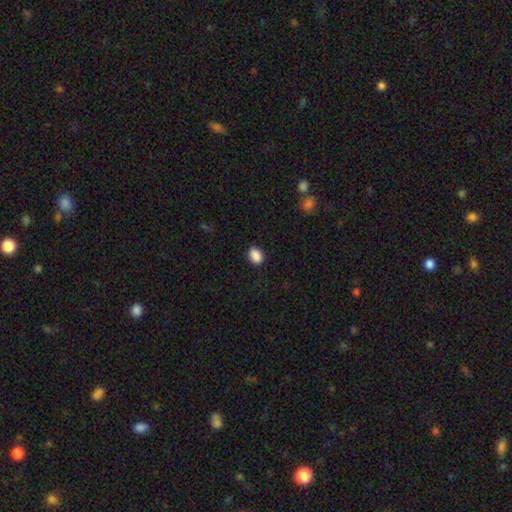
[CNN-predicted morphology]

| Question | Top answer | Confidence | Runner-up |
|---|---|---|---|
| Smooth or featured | smooth | 89% | star or artifact (8%) |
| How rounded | in between | 67% | round (32%) |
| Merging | none | 87% | minor disturbance (9%) |